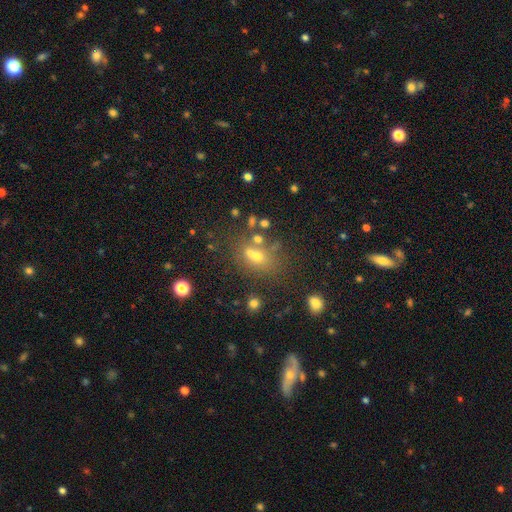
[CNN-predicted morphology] Smooth or featured?
  - smooth: 53% *
  - star or artifact: 25%
  - featured or disk: 22%
How rounded?
  - in between: 49% *
  - round: 48%
  - cigar-shaped: 2%
Merging?
  - none: 48% *
  - merger: 33%
  - minor disturbance: 12%
  - major disturbance: 7%